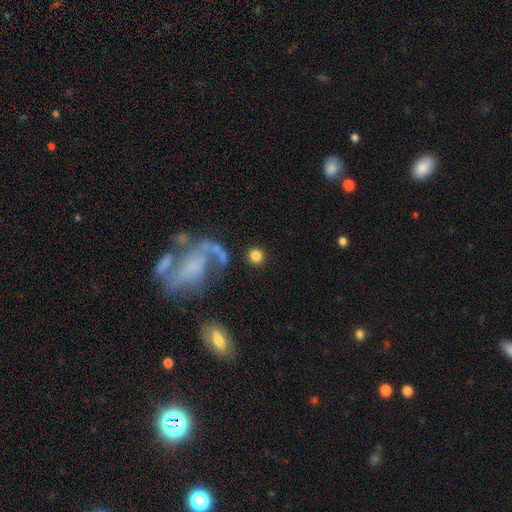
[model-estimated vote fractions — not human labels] smooth-or-featured: smooth: 80% | star or artifact: 10% | featured or disk: 10%
  how-rounded: round: 91% | in between: 8% | cigar-shaped: 1%
  merging: none: 82% | minor disturbance: 7% | merger: 6% | major disturbance: 5%